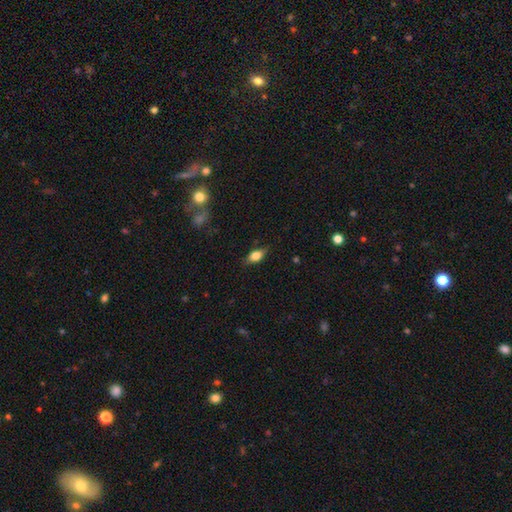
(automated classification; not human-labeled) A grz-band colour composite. It shows a smooth galaxy with no disk features (70%) that is in between round and cigar-shaped (81%). Merging: none (78%).